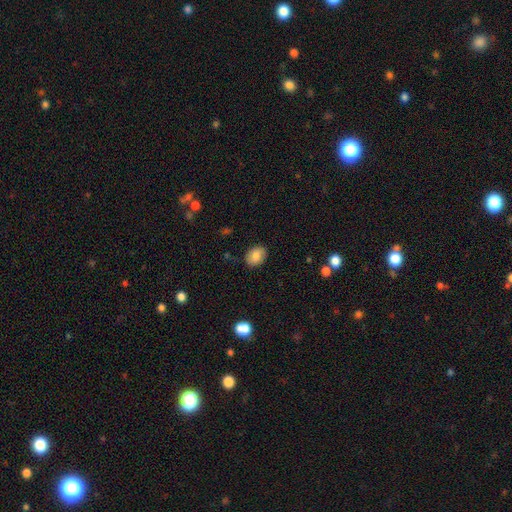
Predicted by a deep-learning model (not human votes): Smooth or featured? Predicted: smooth (p=0.80). How rounded? Predicted: in between (p=0.68). Merging? Predicted: none (p=0.85).